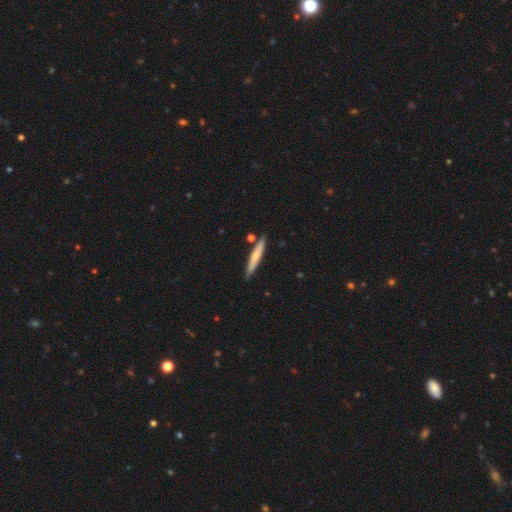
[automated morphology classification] smooth 58%, featured or disk 36%, star or artifact 6%. Down the decision tree: how rounded — cigar-shaped (92%); merging — none (81%).